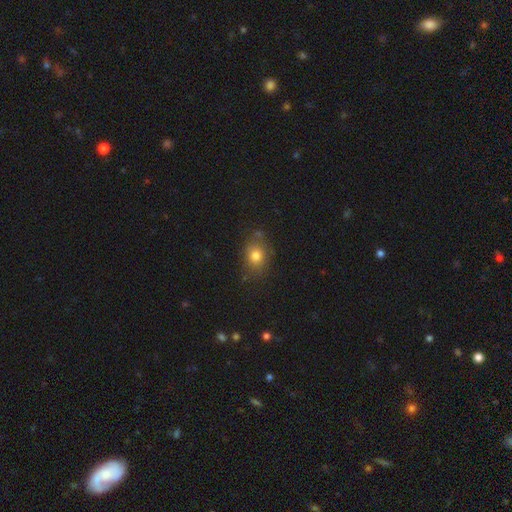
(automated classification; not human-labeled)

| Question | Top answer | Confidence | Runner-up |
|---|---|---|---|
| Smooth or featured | smooth | 79% | star or artifact (11%) |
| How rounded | in between | 52% | round (47%) |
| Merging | none | 73% | minor disturbance (18%) |